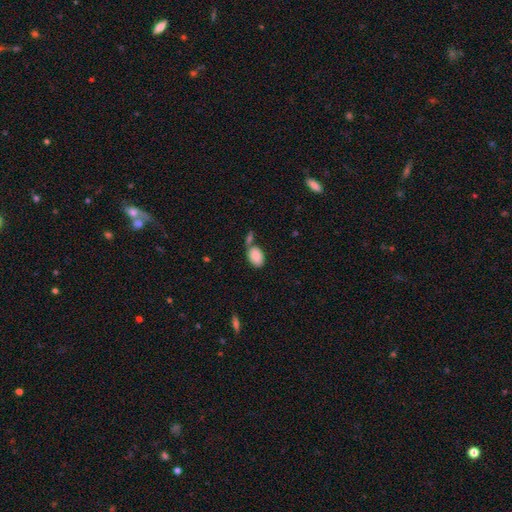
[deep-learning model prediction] The model was most divided on "merging": none: 54%, merger: 26%, minor disturbance: 15%, major disturbance: 5%. More confident: how rounded — in between (90%); smooth or featured — smooth (88%).